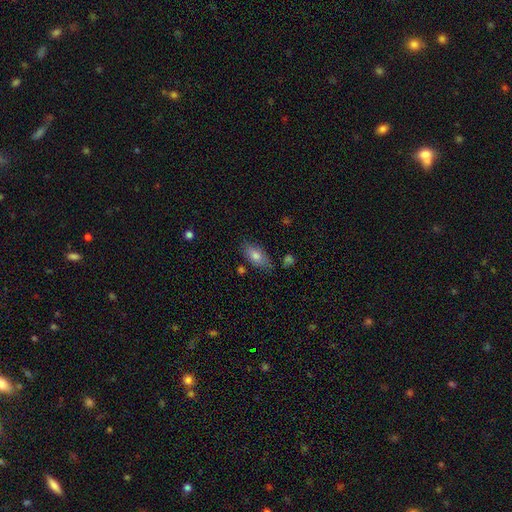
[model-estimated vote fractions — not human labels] smooth-or-featured: smooth: 76% | featured or disk: 16% | star or artifact: 8%
  how-rounded: in between: 87% | cigar-shaped: 9% | round: 4%
  merging: none: 76% | minor disturbance: 16% | merger: 4% | major disturbance: 3%